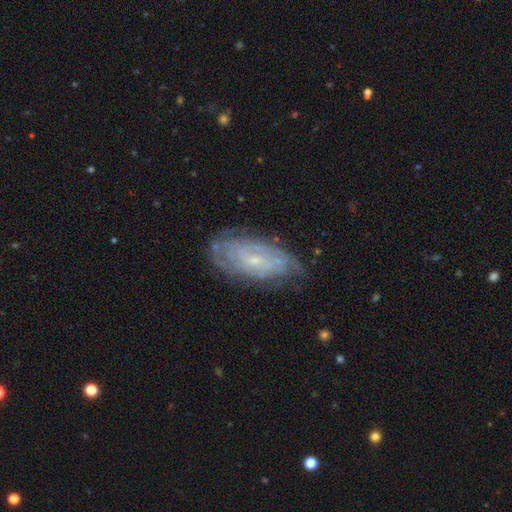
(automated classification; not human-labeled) featured or disk 62%, smooth 25%, star or artifact 13%. Down the decision tree: edge-on disk — no (88%); bar — no (65%); spiral arms — yes (79%); bulge size — small (78%); merging — none (76%).